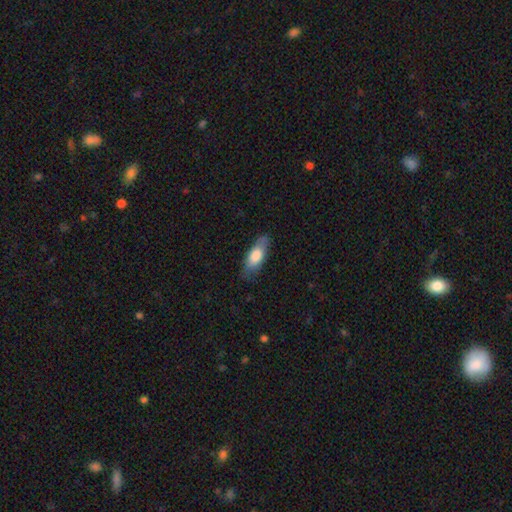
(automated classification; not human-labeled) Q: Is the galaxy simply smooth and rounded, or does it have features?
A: smooth — 75%.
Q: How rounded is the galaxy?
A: in between — 71%.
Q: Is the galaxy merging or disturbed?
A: none — 78%.